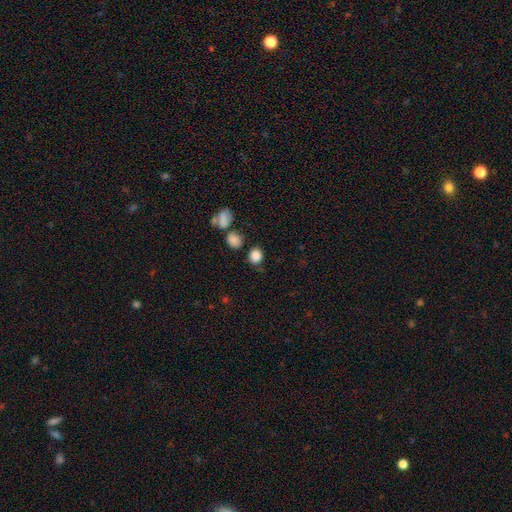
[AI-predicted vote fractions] This appears to be a smooth galaxy with no disk features (85%) that is round (77%). Merging: none (75%).